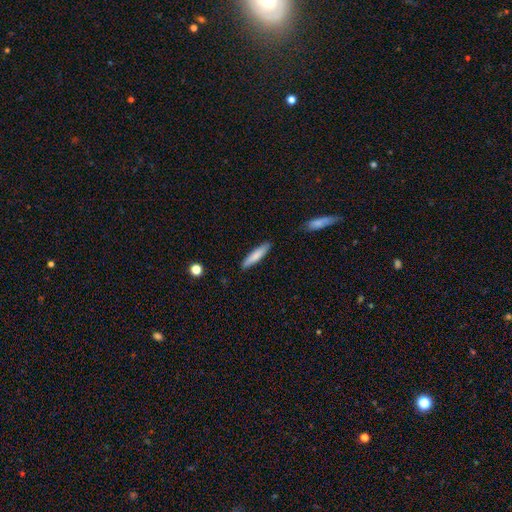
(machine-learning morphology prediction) Smooth or featured: smooth — 78% (featured or disk — 17%)
How rounded: cigar-shaped — 84% (in between — 14%)
Merging: none — 87% (minor disturbance — 10%)